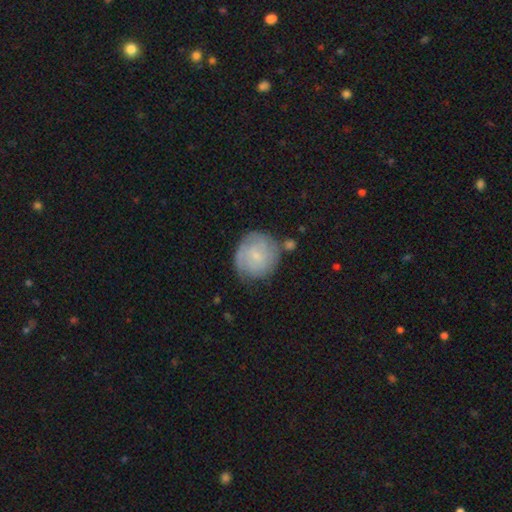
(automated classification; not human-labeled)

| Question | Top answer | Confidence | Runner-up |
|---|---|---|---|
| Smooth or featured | featured or disk | 48% | smooth (45%) |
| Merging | none | 66% | minor disturbance (20%) |